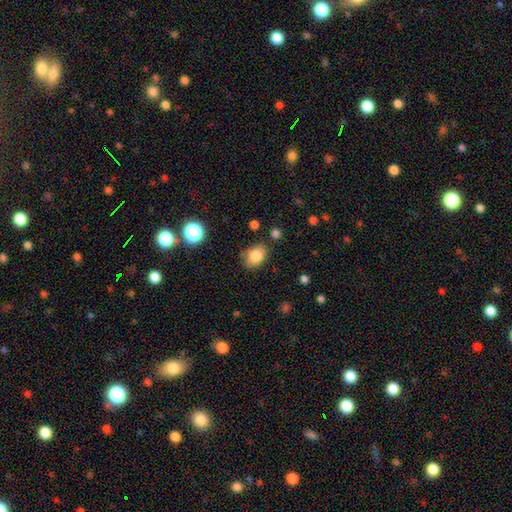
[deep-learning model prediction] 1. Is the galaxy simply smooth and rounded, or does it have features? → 83% smooth, 9% star or artifact, 8% featured or disk.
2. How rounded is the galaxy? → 78% in between, 21% round, 1% cigar-shaped.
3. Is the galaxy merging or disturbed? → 77% none, 16% minor disturbance, 4% major disturbance, 3% merger.